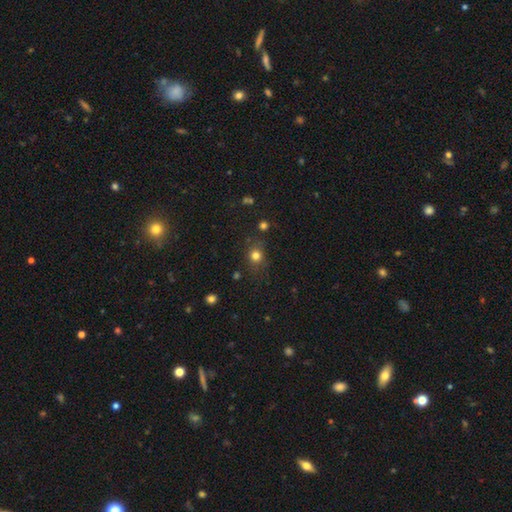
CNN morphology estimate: smooth 77%, star or artifact 16%, featured or disk 7%. Down the decision tree: how rounded — round (79%); merging — none (77%).